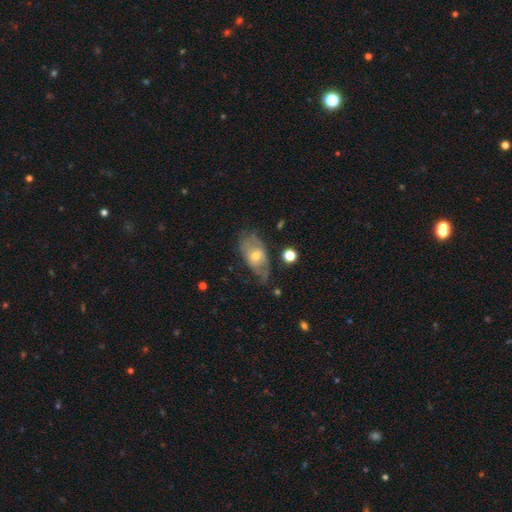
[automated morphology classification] Smooth or featured?
  - featured or disk: 60% *
  - smooth: 31%
  - star or artifact: 8%
Edge-on disk?
  - no: 90% *
  - yes: 10%
Bar?
  - no: 67% *
  - weak: 27%
  - strong: 5%
Spiral arms?
  - yes: 66% *
  - no: 34%
Bulge size?
  - moderate: 55% *
  - small: 40%
  - large: 3%
  - none: 1%
  - dominant: 1%
Merging?
  - none: 47% *
  - minor disturbance: 31%
  - major disturbance: 20%
  - merger: 3%